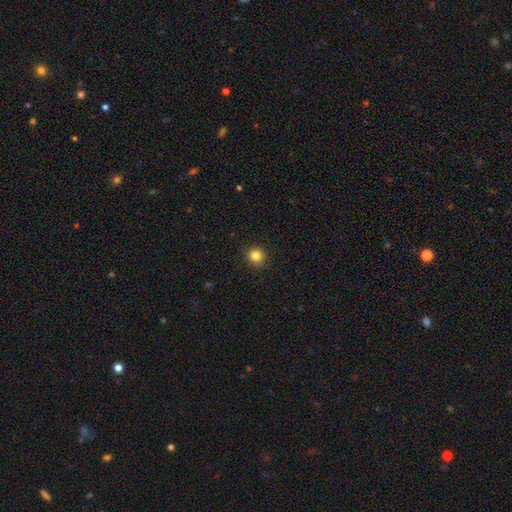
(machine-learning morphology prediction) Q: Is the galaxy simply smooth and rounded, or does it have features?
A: smooth — 84%.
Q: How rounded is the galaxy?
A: round — 93%.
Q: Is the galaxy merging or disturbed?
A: none — 92%.